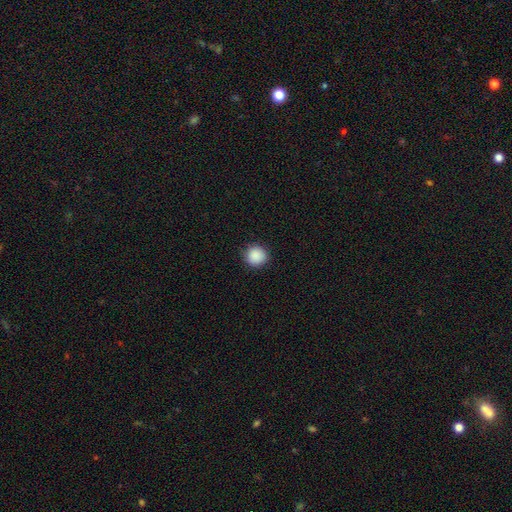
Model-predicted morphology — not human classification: Overall: smooth (89%). How rounded: round (94%). Merging: none (91%).